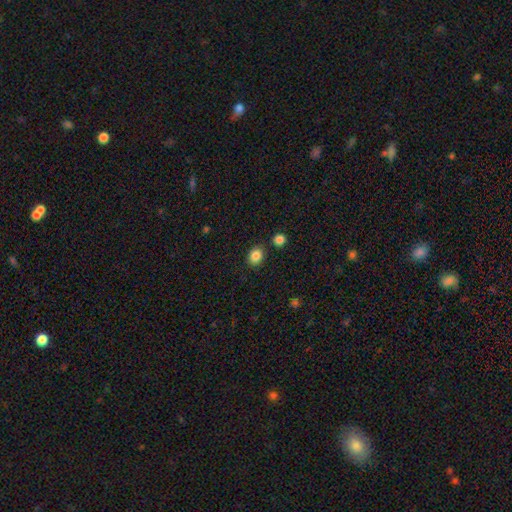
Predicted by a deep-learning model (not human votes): This appears to be a smooth galaxy with no disk features (86%) that is in between round and cigar-shaped (55%). Merging: none (83%).